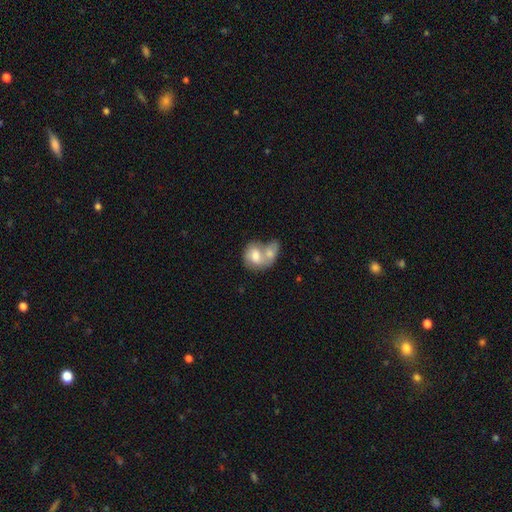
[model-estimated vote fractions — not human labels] A smooth galaxy with no disk features (65%) that is in between round and cigar-shaped (60%). Merging: merger (74%).